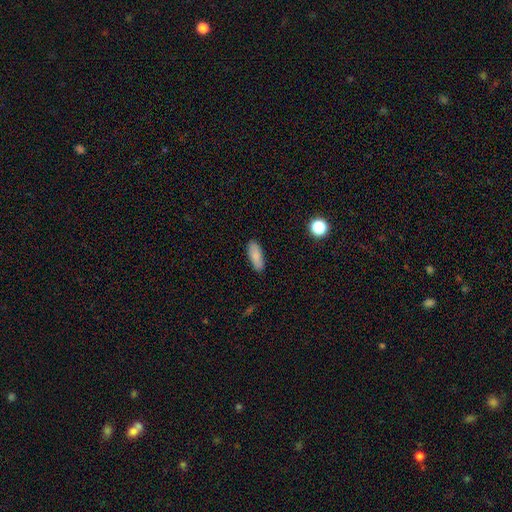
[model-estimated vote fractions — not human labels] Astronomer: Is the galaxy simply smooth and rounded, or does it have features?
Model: smooth — 85%.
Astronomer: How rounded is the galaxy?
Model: in between — 70%.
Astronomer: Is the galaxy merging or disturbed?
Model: none — 88%.